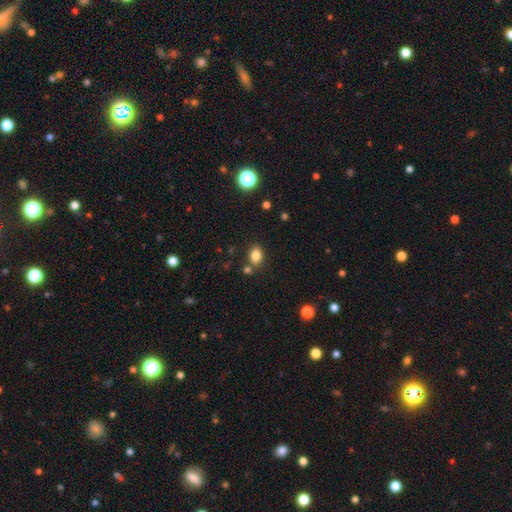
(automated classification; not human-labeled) This is clearly a smooth galaxy (82%). How rounded: likely in between (66%). Merging: likely none (74%).